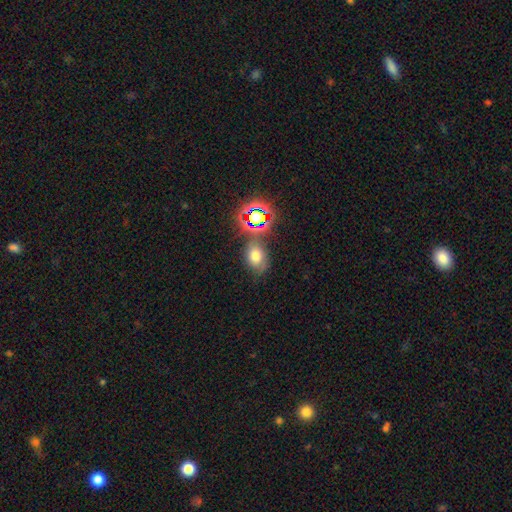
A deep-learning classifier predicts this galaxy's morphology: Smooth or featured: smooth — 63% (star or artifact — 24%)
How rounded: in between — 70% (round — 29%)
Merging: none — 68% (minor disturbance — 17%)